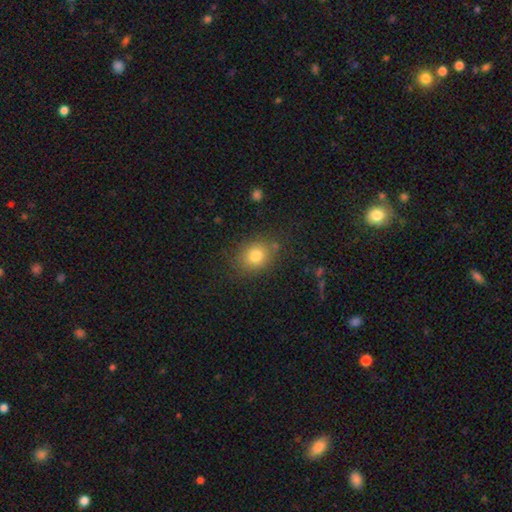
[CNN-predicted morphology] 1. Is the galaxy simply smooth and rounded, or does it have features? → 79% smooth, 11% star or artifact, 9% featured or disk.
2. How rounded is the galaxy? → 54% round, 45% in between, 1% cigar-shaped.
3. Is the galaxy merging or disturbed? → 79% none, 13% minor disturbance, 4% major disturbance, 3% merger.